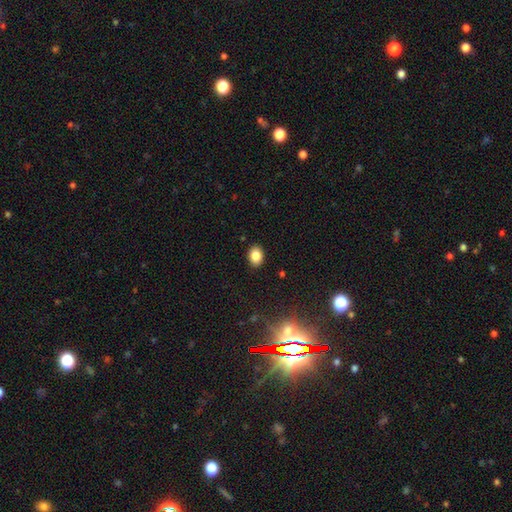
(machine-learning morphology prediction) Smooth or featured? Predicted: smooth (p=0.84). How rounded? Predicted: in between (p=0.67). Merging? Predicted: none (p=0.90).